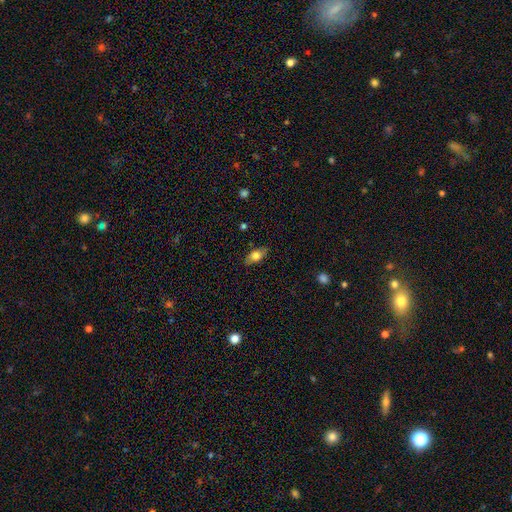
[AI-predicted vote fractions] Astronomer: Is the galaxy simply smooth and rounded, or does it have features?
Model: smooth — 72%.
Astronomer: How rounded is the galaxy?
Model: in between — 83%.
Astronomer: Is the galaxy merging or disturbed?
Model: none — 83%.